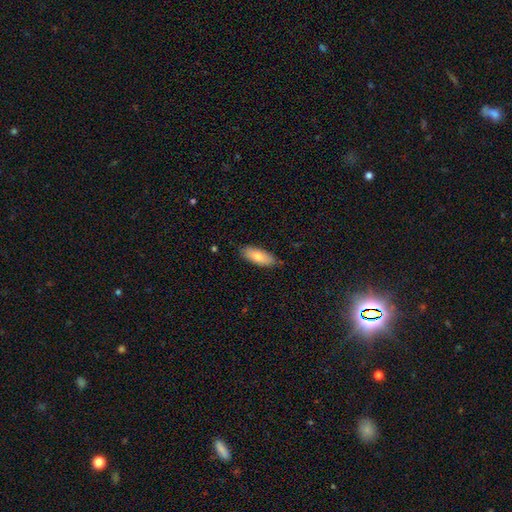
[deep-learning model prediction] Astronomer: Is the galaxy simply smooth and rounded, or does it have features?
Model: smooth — 73%.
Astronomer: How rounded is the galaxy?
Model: in between — 70%.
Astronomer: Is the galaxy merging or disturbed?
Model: none — 83%.